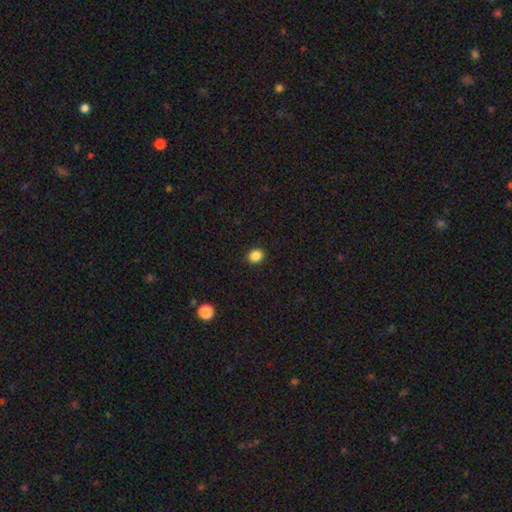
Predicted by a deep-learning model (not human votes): Smooth or featured: smooth — 87% (star or artifact — 11%)
How rounded: round — 74% (in between — 25%)
Merging: none — 92% (minor disturbance — 5%)